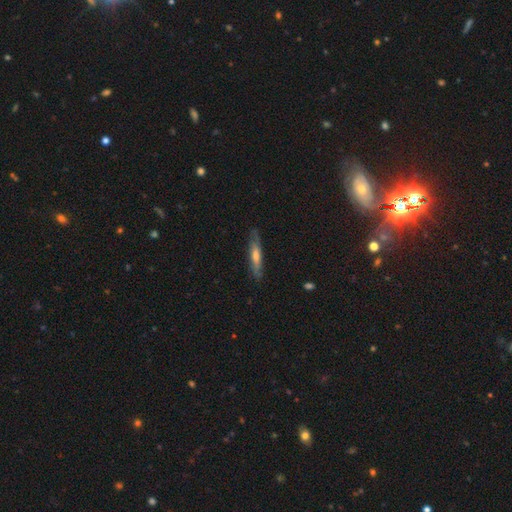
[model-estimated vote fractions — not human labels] Smooth or featured? featured or disk (51%)
Edge-on disk? yes (76%)
Merging? none (80%)